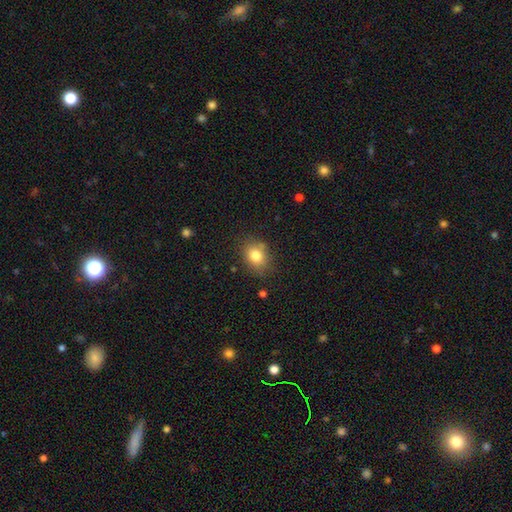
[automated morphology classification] This appears to be a smooth galaxy with no disk features (80%) that is in between round and cigar-shaped (52%). Merging: none (79%).